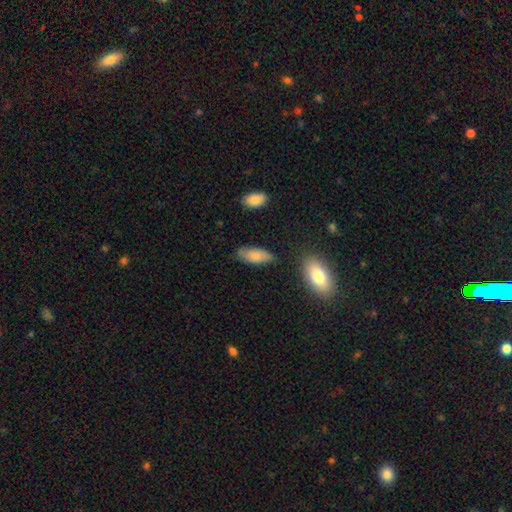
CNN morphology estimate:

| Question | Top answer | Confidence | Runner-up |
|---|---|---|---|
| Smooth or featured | smooth | 80% | featured or disk (14%) |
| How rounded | in between | 81% | cigar-shaped (16%) |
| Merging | none | 73% | minor disturbance (20%) |